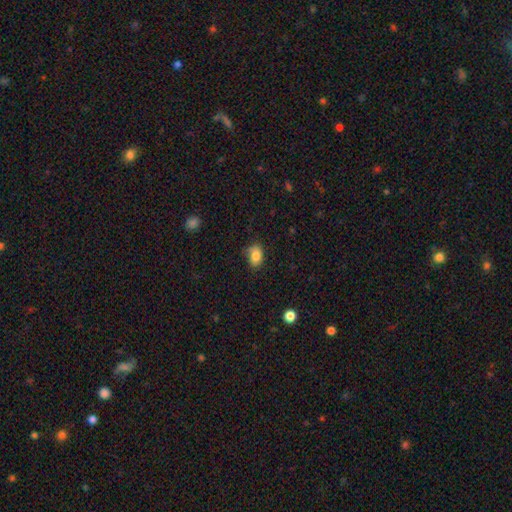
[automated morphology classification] Smooth or featured?
  - smooth: 83% *
  - star or artifact: 9%
  - featured or disk: 8%
How rounded?
  - in between: 83% *
  - round: 15%
  - cigar-shaped: 1%
Merging?
  - none: 64% *
  - minor disturbance: 27%
  - major disturbance: 6%
  - merger: 2%